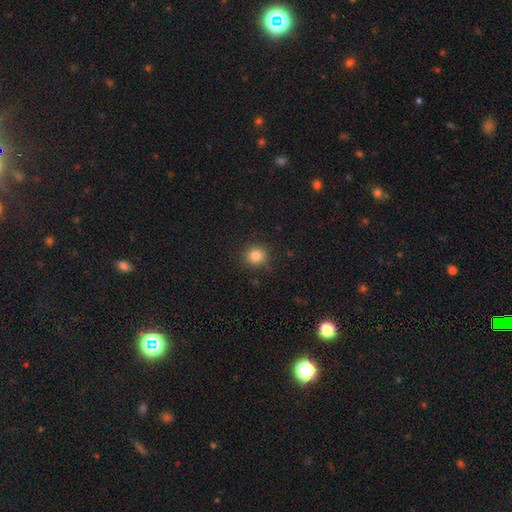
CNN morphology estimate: Smooth or featured?
  - smooth: 83% *
  - star or artifact: 12%
  - featured or disk: 5%
How rounded?
  - round: 90% *
  - in between: 9%
  - cigar-shaped: 1%
Merging?
  - none: 86% *
  - minor disturbance: 10%
  - major disturbance: 3%
  - merger: 1%